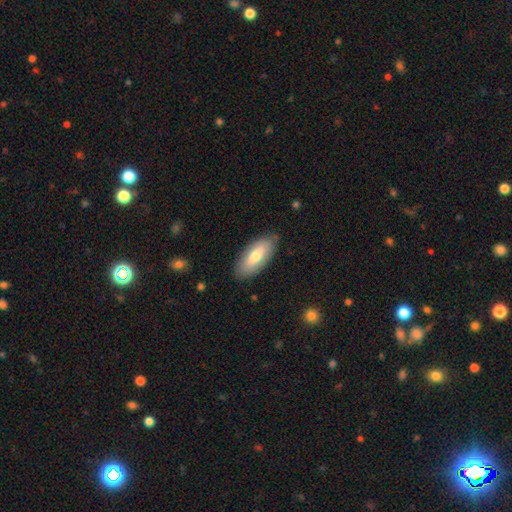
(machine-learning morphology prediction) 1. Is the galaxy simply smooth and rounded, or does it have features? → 67% smooth, 27% featured or disk, 6% star or artifact.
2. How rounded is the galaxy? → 82% in between, 16% cigar-shaped, 2% round.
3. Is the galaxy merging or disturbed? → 86% none, 11% minor disturbance, 2% major disturbance, 1% merger.